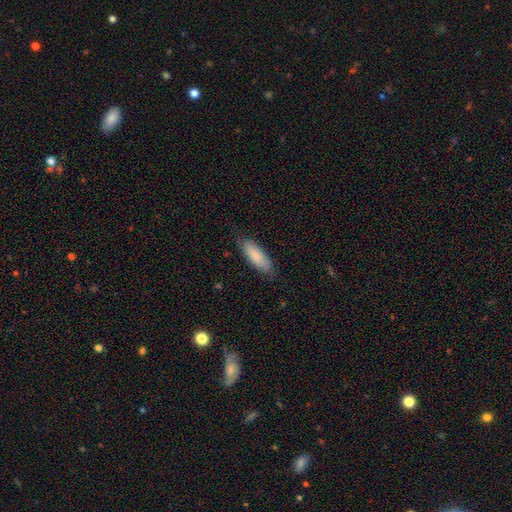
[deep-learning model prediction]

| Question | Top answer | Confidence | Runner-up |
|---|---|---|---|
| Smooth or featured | smooth | 83% | featured or disk (11%) |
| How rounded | in between | 59% | cigar-shaped (40%) |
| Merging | none | 80% | minor disturbance (16%) |